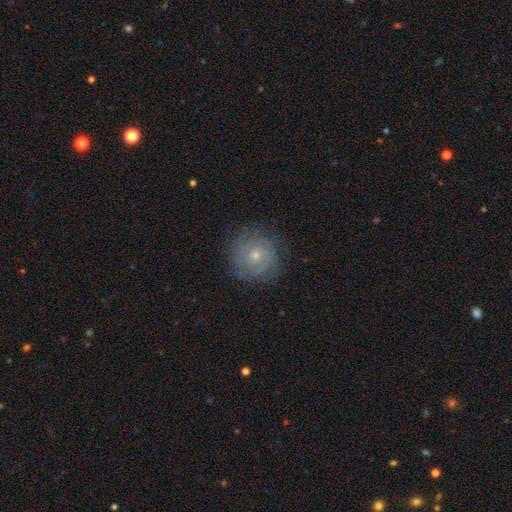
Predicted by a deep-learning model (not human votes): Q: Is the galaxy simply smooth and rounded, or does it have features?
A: featured or disk — 61%.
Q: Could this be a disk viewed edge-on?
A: no — 97%.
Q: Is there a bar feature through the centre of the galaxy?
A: no — 81%.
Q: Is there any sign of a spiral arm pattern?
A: yes — 84%.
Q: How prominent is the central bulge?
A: small — 49%.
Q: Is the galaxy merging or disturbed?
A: none — 80%.